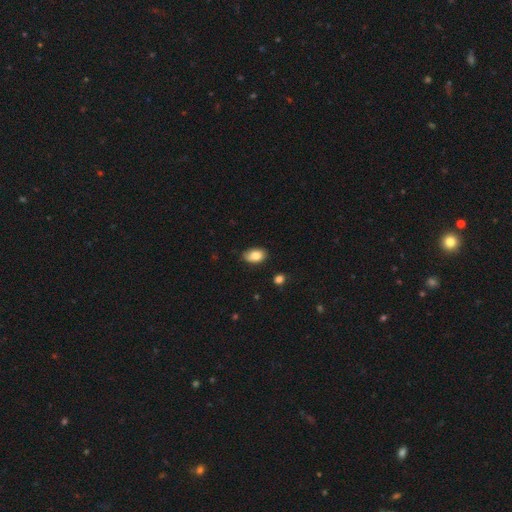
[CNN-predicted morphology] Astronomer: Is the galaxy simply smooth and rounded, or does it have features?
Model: smooth — 82%.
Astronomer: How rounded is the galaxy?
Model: in between — 89%.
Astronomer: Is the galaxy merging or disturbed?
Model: none — 75%.